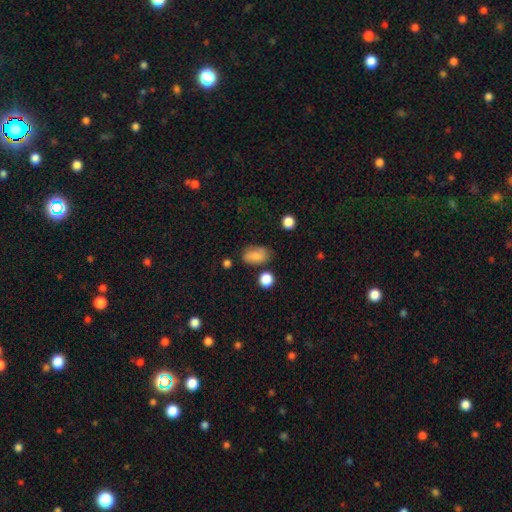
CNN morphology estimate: Q: Smooth or featured?
A: smooth (80%); runner-up: featured or disk (10%)
Q: How rounded?
A: in between (86%); runner-up: round (12%)
Q: Merging?
A: none (66%); runner-up: minor disturbance (23%)